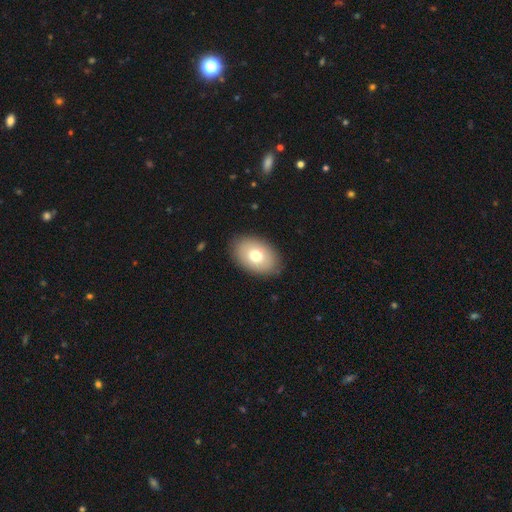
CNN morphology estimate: A smooth galaxy with no disk features (73%) that is in between round and cigar-shaped (86%).

Vote fractions:
- Smooth or featured? smooth: 73% / featured or disk: 20% / star or artifact: 7%
- How rounded? in between: 86% / round: 13% / cigar-shaped: 1%
- Merging? none: 86% / minor disturbance: 10% / major disturbance: 3% / merger: 1%